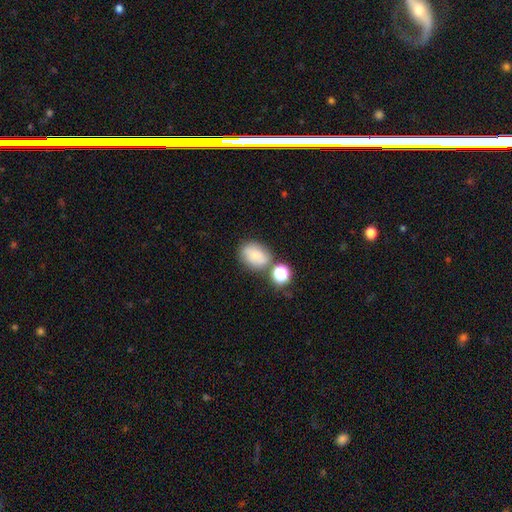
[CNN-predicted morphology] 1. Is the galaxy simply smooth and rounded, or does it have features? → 74% smooth, 14% featured or disk, 12% star or artifact.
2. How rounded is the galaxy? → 68% in between, 30% round, 1% cigar-shaped.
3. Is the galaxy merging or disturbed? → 63% none, 17% minor disturbance, 15% merger, 5% major disturbance.